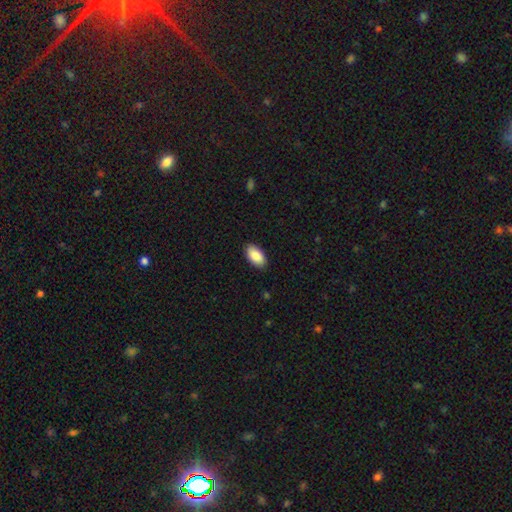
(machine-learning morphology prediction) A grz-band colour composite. It shows a smooth galaxy with no disk features (89%) that is in between round and cigar-shaped (95%). Merging: none (88%).